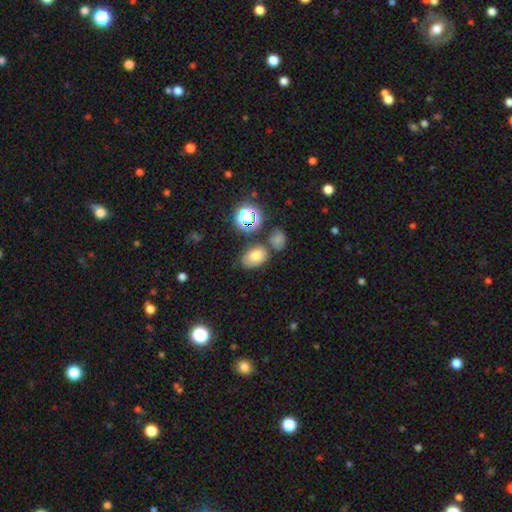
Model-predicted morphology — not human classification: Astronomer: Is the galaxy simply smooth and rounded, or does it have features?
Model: smooth — 72%.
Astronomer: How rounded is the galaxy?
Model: in between — 79%.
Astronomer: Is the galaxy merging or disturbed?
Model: none — 67%.